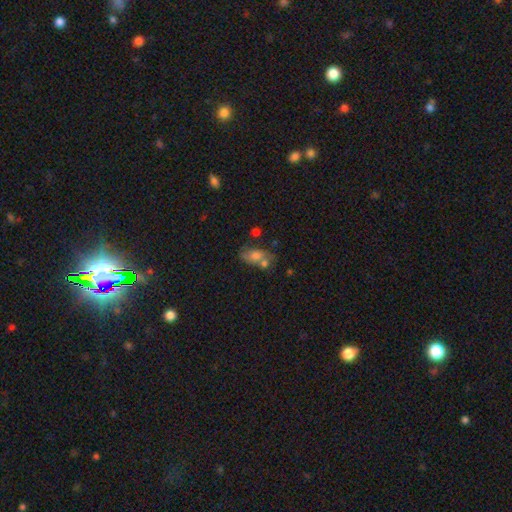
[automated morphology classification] smooth_or_featured: smooth (p=0.63) [alt: featured or disk p=0.26]
how_rounded: in between (p=0.83) [alt: round p=0.13]
merging: none (p=0.40) [alt: merger p=0.32]